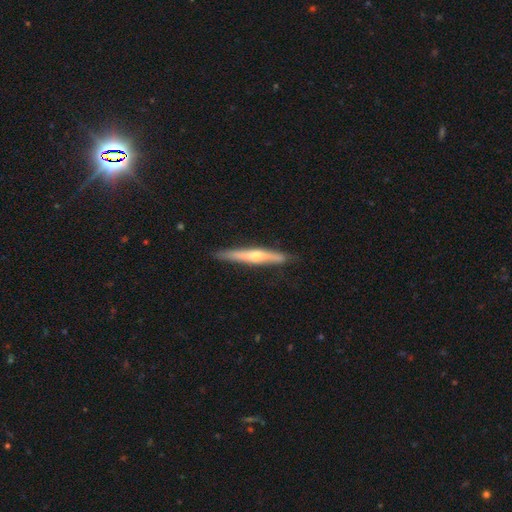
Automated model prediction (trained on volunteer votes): The model was most divided on "smooth or featured": featured or disk: 68%, smooth: 25%, star or artifact: 7%. More confident: edge-on disk — yes (96%); merging — none (89%); edge-on bulge — rounded (82%).